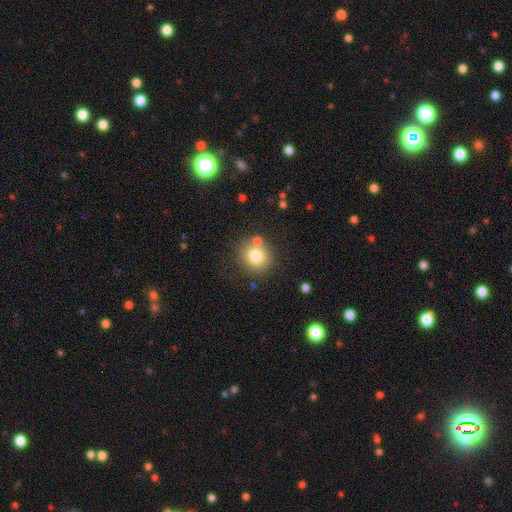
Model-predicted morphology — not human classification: Smooth or featured?
  - smooth: 78% *
  - star or artifact: 12%
  - featured or disk: 11%
How rounded?
  - round: 90% *
  - in between: 9%
  - cigar-shaped: 1%
Merging?
  - none: 76% *
  - merger: 11%
  - minor disturbance: 10%
  - major disturbance: 4%